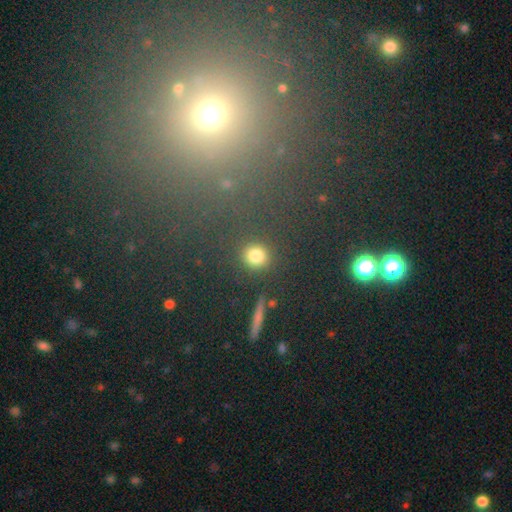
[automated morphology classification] A smooth galaxy with no disk features (78%) that is round (87%).

Vote fractions:
- Smooth or featured? smooth: 78% / star or artifact: 16% / featured or disk: 6%
- How rounded? round: 87% / in between: 11% / cigar-shaped: 2%
- Merging? none: 85% / minor disturbance: 8% / merger: 4% / major disturbance: 3%